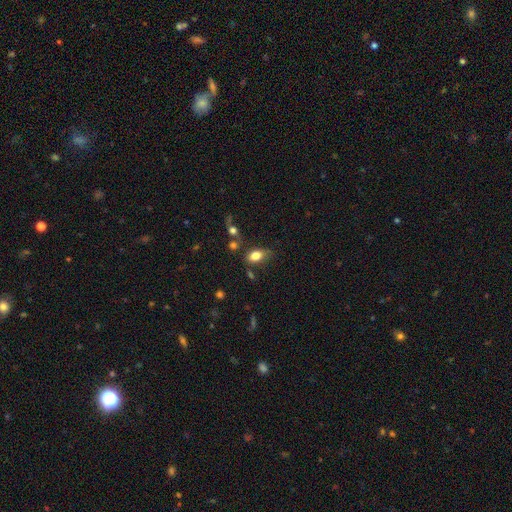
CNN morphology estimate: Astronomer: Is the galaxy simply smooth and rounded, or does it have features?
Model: smooth — 82%.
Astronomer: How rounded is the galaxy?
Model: in between — 86%.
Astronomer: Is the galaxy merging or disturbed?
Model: none — 67%.